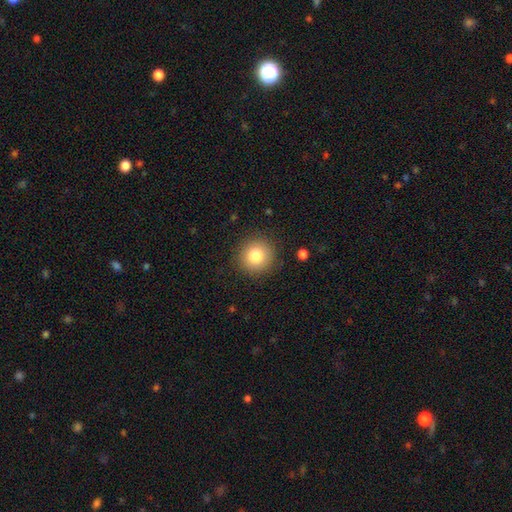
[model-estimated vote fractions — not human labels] smooth 82%, star or artifact 10%, featured or disk 8%. Down the decision tree: how rounded — round (93%); merging — none (88%).